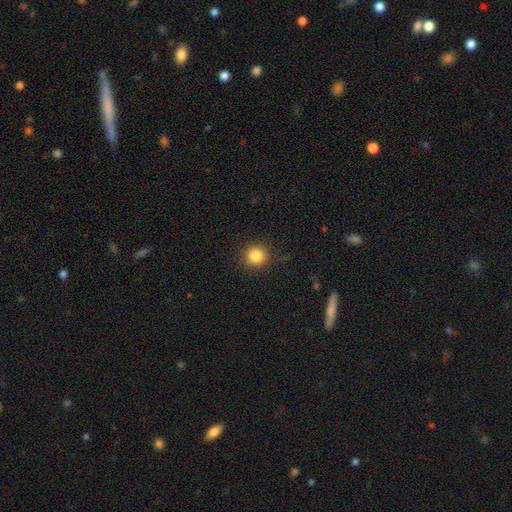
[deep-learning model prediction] Morphology: type=smooth (85%); roundness=round (93%); merging=none (90%).